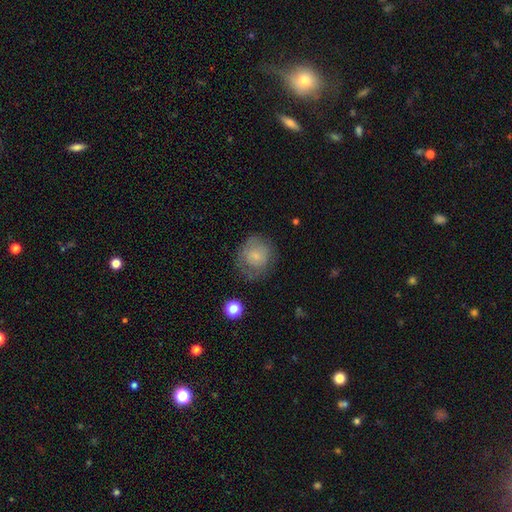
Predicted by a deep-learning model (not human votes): Smooth or featured? smooth (68%)
How rounded? round (81%)
Merging? none (63%)